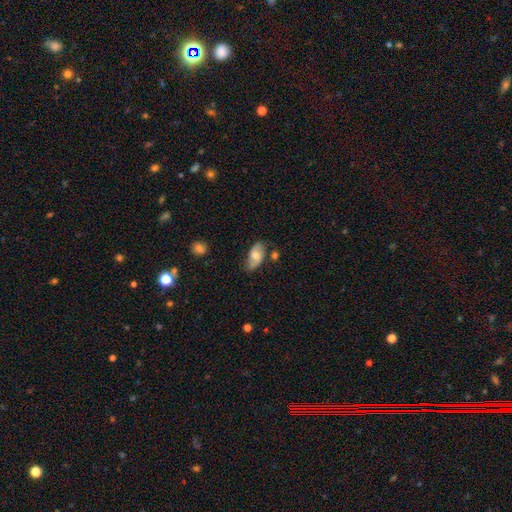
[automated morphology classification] smooth-or-featured: smooth: 49% | featured or disk: 44% | star or artifact: 7%
  merging: none: 66% | minor disturbance: 23% | major disturbance: 6% | merger: 5%